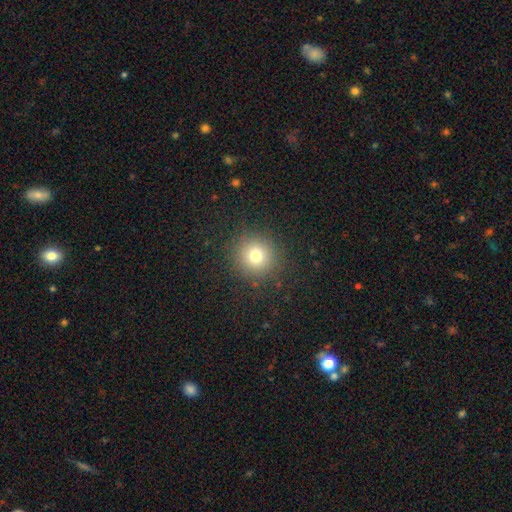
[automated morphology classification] Q: Smooth or featured?
A: smooth (75%); runner-up: star or artifact (16%)
Q: How rounded?
A: round (94%); runner-up: in between (5%)
Q: Merging?
A: none (89%); runner-up: minor disturbance (7%)